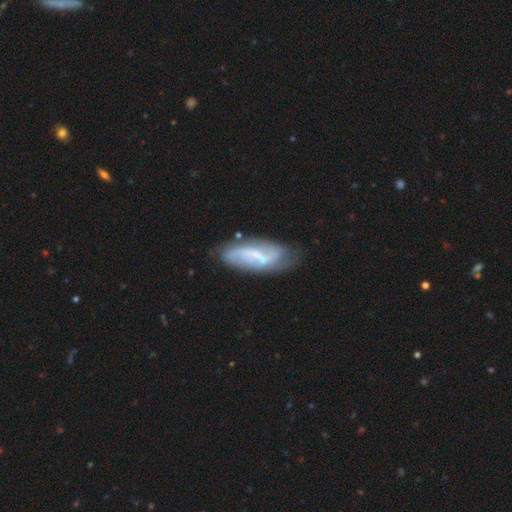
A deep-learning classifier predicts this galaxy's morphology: type=featured or disk (66%); edge-on=no (90%); bar=weak (42%); spiral arms=yes (79%); bulge=small (42%); merging=none (64%).